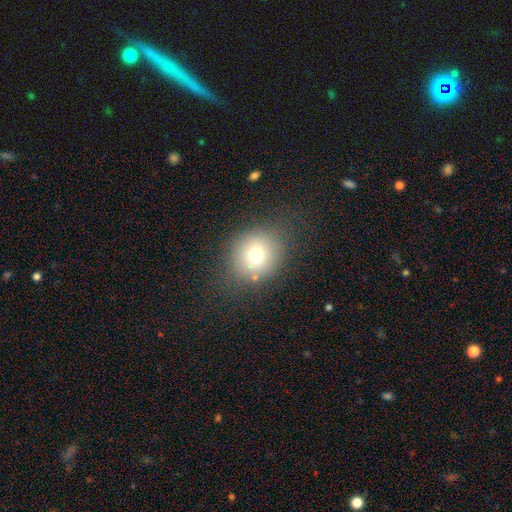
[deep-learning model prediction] Smooth or featured?
  - smooth: 71% *
  - star or artifact: 15%
  - featured or disk: 14%
How rounded?
  - round: 81% *
  - in between: 18%
  - cigar-shaped: 1%
Merging?
  - none: 78% *
  - minor disturbance: 13%
  - major disturbance: 7%
  - merger: 3%